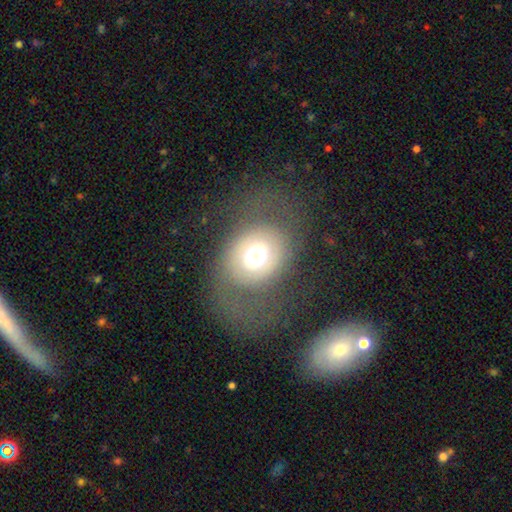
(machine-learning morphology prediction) smooth_or_featured: smooth (p=0.54) [alt: featured or disk p=0.32]
how_rounded: round (p=0.50) [alt: in between p=0.48]
merging: none (p=0.65) [alt: major disturbance p=0.20]